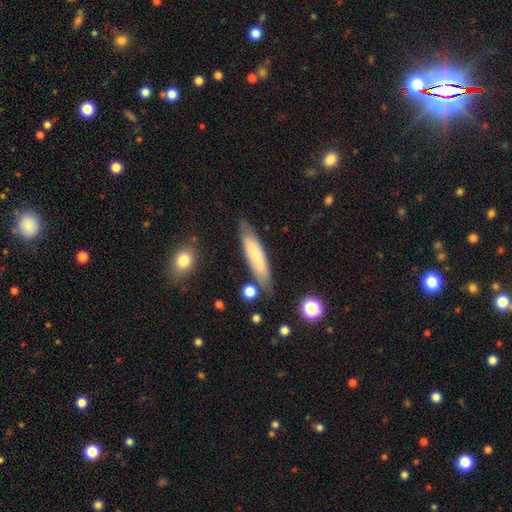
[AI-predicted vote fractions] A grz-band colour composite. It shows a smooth galaxy with no disk features (66%) that is cigar-shaped (75%). Merging: none (78%).